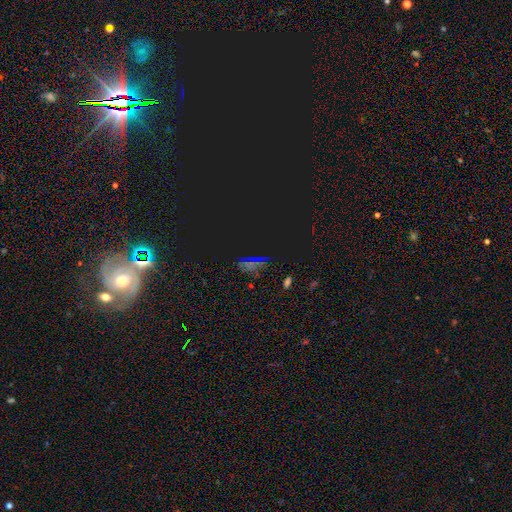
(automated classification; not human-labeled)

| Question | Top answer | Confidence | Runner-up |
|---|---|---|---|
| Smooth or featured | star or artifact | 69% | smooth (22%) |